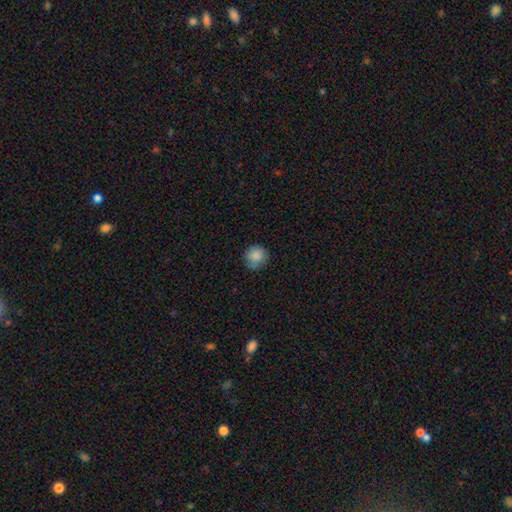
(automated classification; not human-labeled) Smooth or featured? smooth (86%)
How rounded? round (93%)
Merging? none (78%)